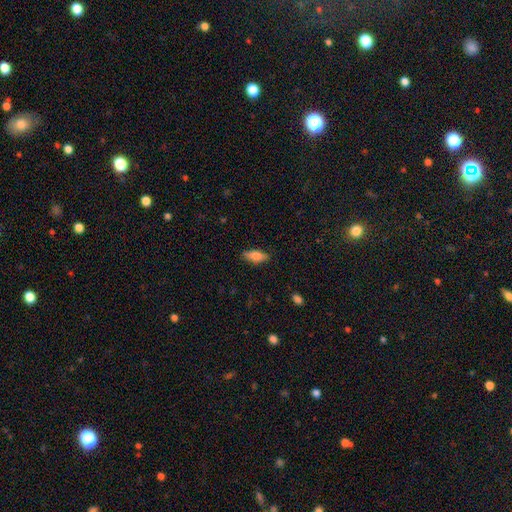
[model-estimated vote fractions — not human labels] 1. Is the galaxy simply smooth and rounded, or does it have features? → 76% smooth, 17% featured or disk, 7% star or artifact.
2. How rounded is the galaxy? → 69% in between, 29% cigar-shaped, 3% round.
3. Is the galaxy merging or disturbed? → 83% none, 13% minor disturbance, 3% major disturbance, 1% merger.